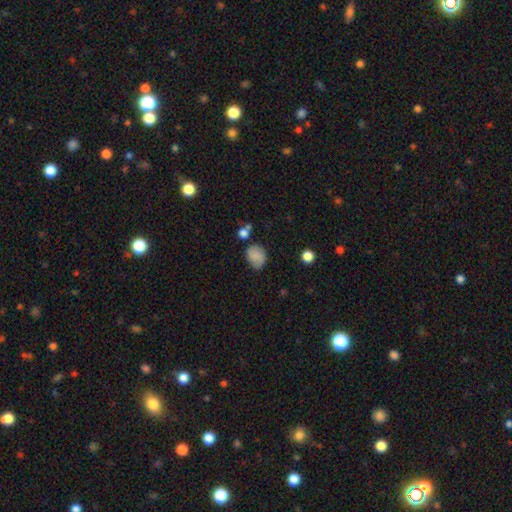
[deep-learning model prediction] This appears to be a smooth galaxy with no disk features (76%) that is in between round and cigar-shaped (51%). Merging: none (67%).